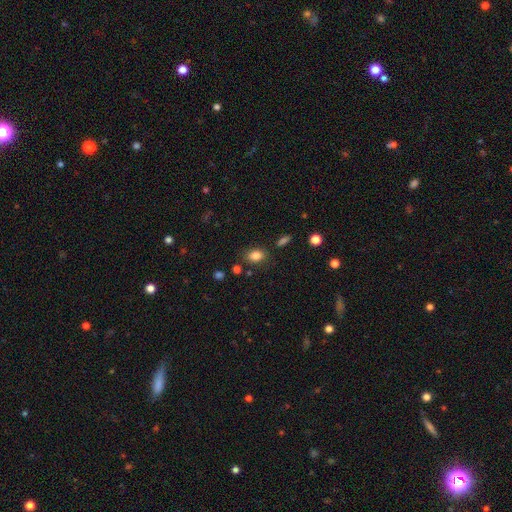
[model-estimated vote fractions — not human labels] A smooth galaxy with no disk features (84%) that is in between round and cigar-shaped (76%). Merging: none (81%).